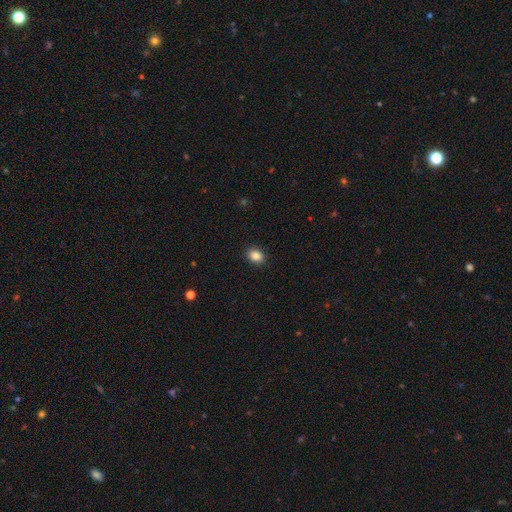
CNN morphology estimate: Smooth or featured?
  - smooth: 87% *
  - star or artifact: 9%
  - featured or disk: 4%
How rounded?
  - in between: 66% *
  - round: 33%
  - cigar-shaped: 1%
Merging?
  - none: 90% *
  - minor disturbance: 7%
  - major disturbance: 2%
  - merger: 1%